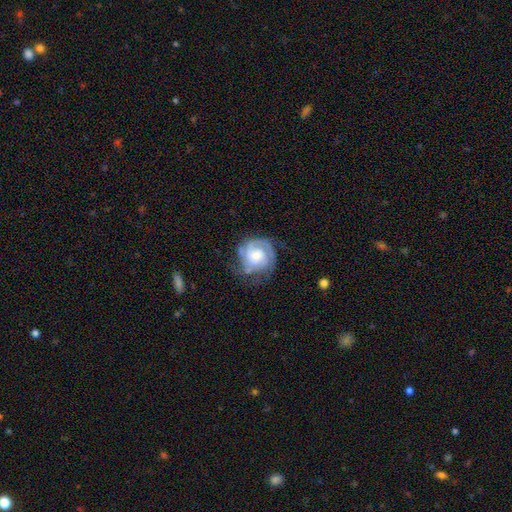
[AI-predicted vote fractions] Smooth or featured? featured or disk (75%)
Edge-on disk? no (98%)
Bar? no (71%)
Spiral arms? yes (92%)
Spiral winding? tight (63%)
Spiral arm count? 2 (33%)
Bulge size? moderate (41%)
Merging? none (61%)